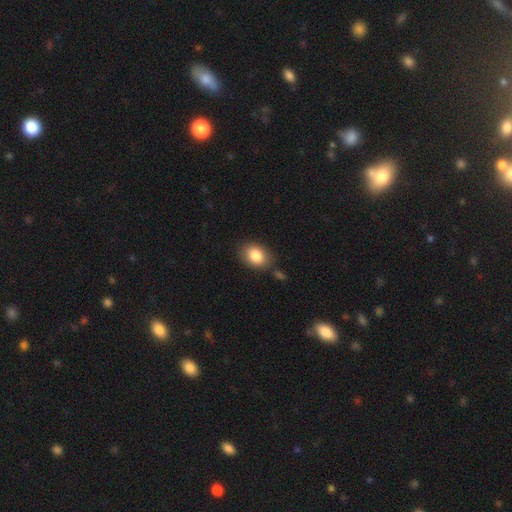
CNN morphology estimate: This is clearly a smooth galaxy (85%). How rounded: likely in between (73%). Merging: likely none (77%).